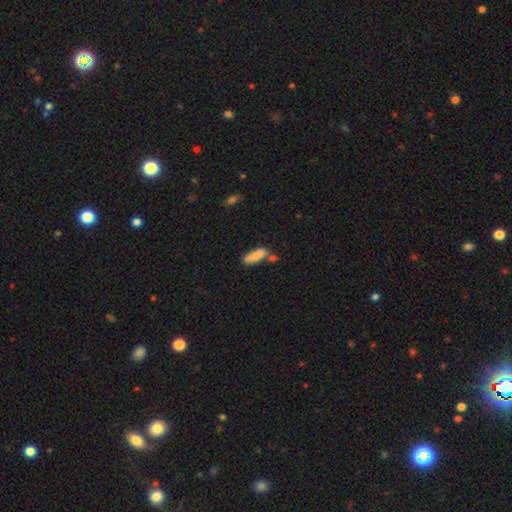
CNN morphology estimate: smooth 83%, featured or disk 10%, star or artifact 7%. Down the decision tree: how rounded — in between (63%); merging — none (62%).